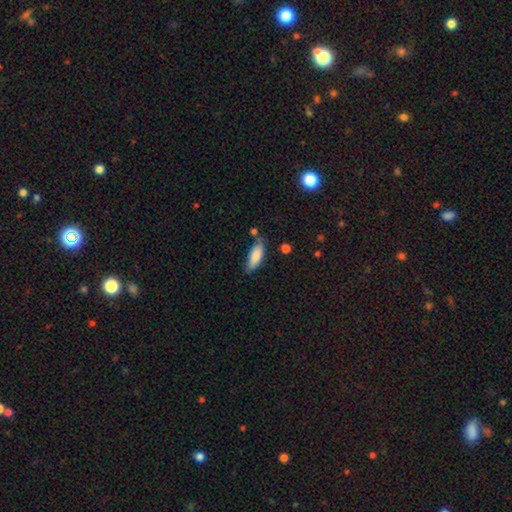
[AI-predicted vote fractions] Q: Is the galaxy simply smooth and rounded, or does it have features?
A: smooth — 83%.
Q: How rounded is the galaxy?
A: in between — 65%.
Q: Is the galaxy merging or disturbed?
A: none — 70%.